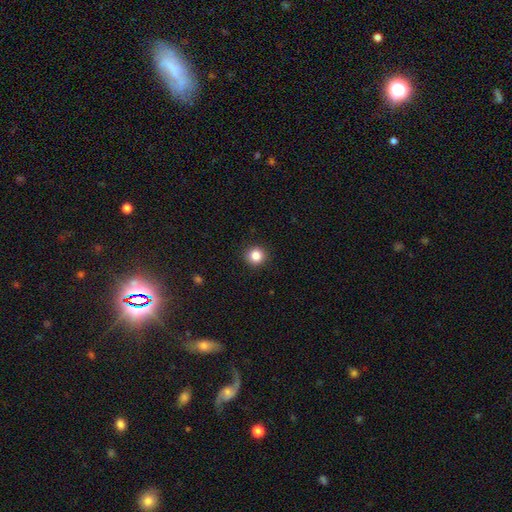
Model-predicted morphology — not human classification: Overall: smooth (85%). How rounded: round (93%). Merging: none (92%).